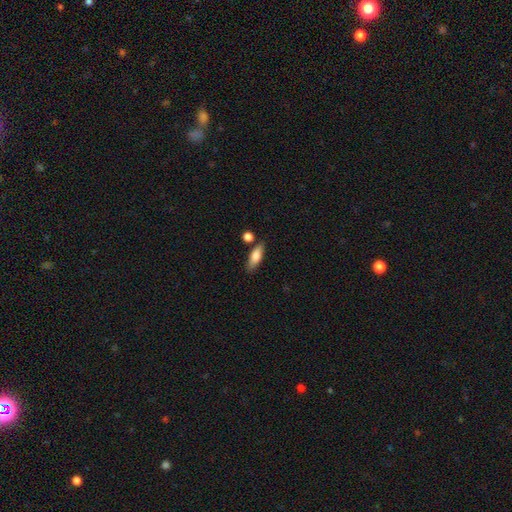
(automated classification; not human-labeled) A smooth galaxy with no disk features (77%) that is in between round and cigar-shaped (63%).

Vote fractions:
- Smooth or featured? smooth: 77% / featured or disk: 16% / star or artifact: 7%
- How rounded? in between: 63% / cigar-shaped: 34% / round: 3%
- Merging? none: 74% / minor disturbance: 14% / merger: 8% / major disturbance: 3%